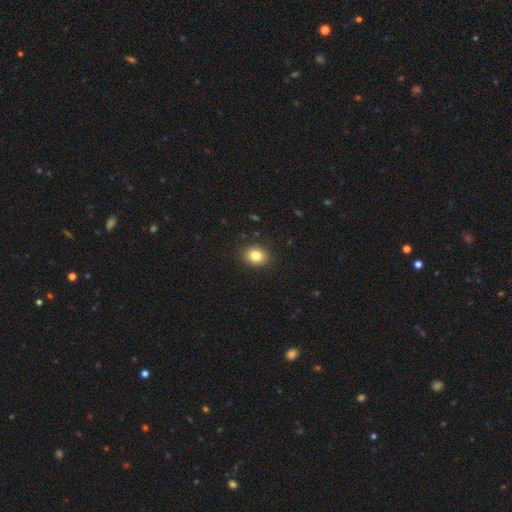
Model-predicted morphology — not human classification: Smooth or featured: smooth — 83% (star or artifact — 10%)
How rounded: round — 50% (in between — 49%)
Merging: none — 89% (minor disturbance — 8%)